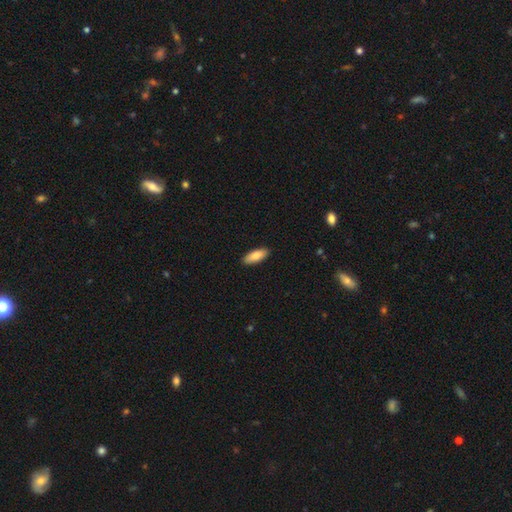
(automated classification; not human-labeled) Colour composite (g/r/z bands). It shows a smooth galaxy with no disk features (88%) that is in between round and cigar-shaped (79%). Merging: none (90%).